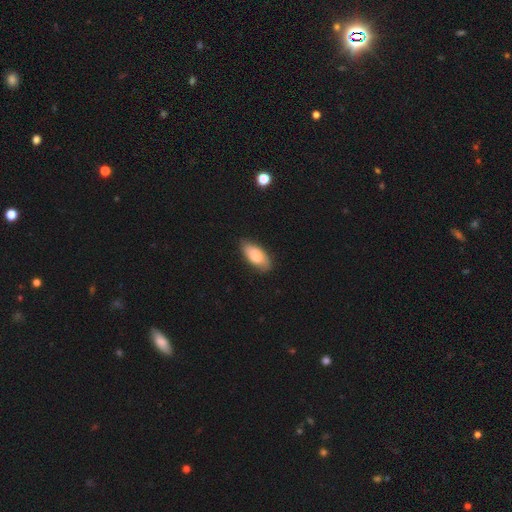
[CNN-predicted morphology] Q: Smooth or featured?
A: smooth (74%); runner-up: featured or disk (19%)
Q: How rounded?
A: in between (90%); runner-up: cigar-shaped (8%)
Q: Merging?
A: none (77%); runner-up: minor disturbance (19%)